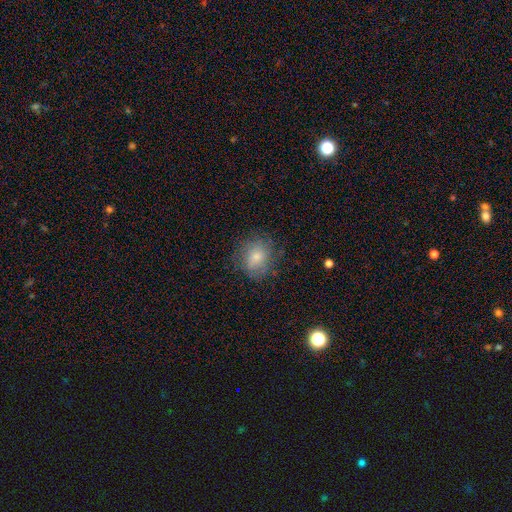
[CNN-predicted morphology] Overall: smooth (66%). How rounded: round (70%). Merging: none (73%).